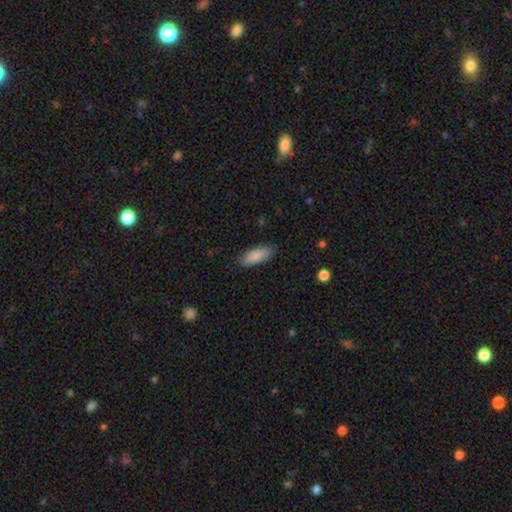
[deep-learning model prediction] Smooth or featured: smooth — 89% (star or artifact — 6%)
How rounded: in between — 74% (cigar-shaped — 24%)
Merging: none — 86% (minor disturbance — 10%)